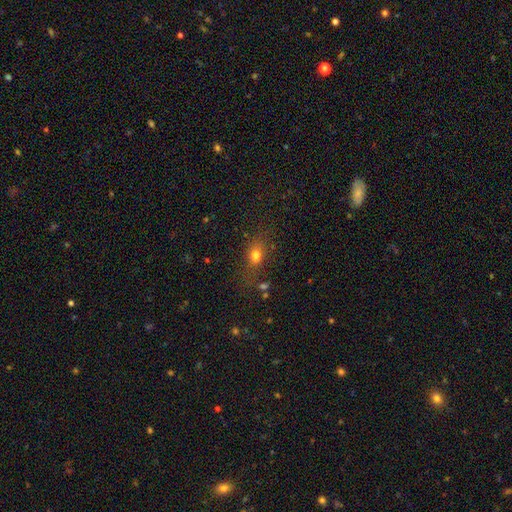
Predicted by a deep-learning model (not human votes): smooth_or_featured: smooth (p=0.73) [alt: star or artifact p=0.16]
how_rounded: in between (p=0.59) [alt: round p=0.33]
merging: none (p=0.68) [alt: minor disturbance p=0.17]